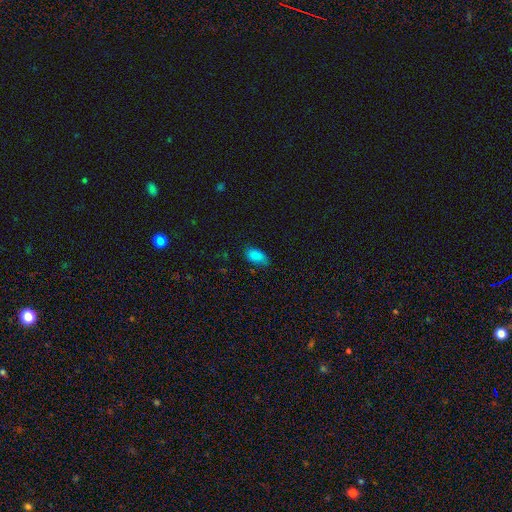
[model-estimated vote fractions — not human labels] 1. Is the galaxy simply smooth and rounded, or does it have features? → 85% smooth, 10% star or artifact, 4% featured or disk.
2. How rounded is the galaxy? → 93% in between, 4% round, 3% cigar-shaped.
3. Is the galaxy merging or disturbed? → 70% none, 24% minor disturbance, 5% major disturbance, 2% merger.